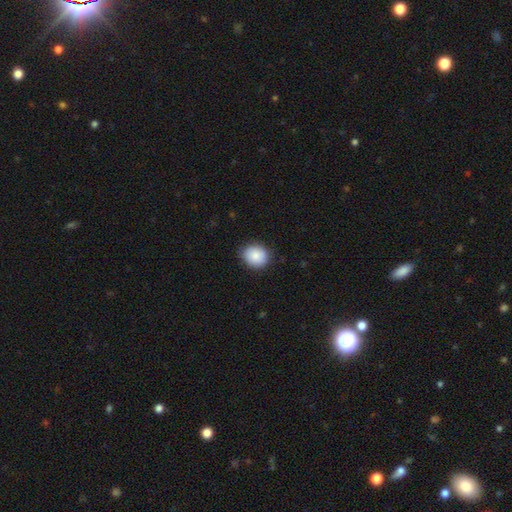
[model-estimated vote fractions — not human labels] smooth_or_featured: smooth (p=0.87) [alt: star or artifact p=0.08]
how_rounded: round (p=0.70) [alt: in between p=0.29]
merging: none (p=0.85) [alt: minor disturbance p=0.12]